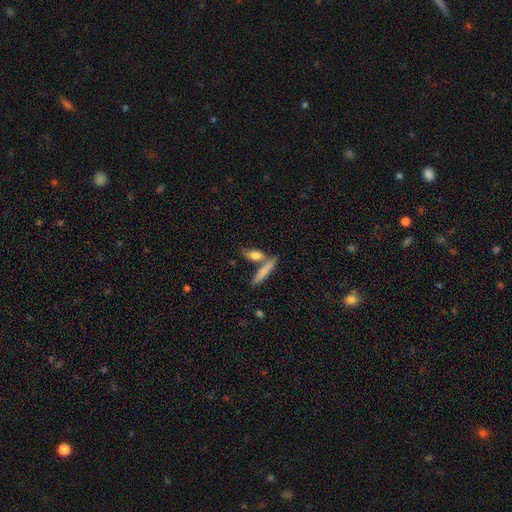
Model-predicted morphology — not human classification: Smooth or featured: smooth — 72% (featured or disk — 21%)
How rounded: cigar-shaped — 54% (in between — 41%)
Merging: none — 56% (merger — 29%)